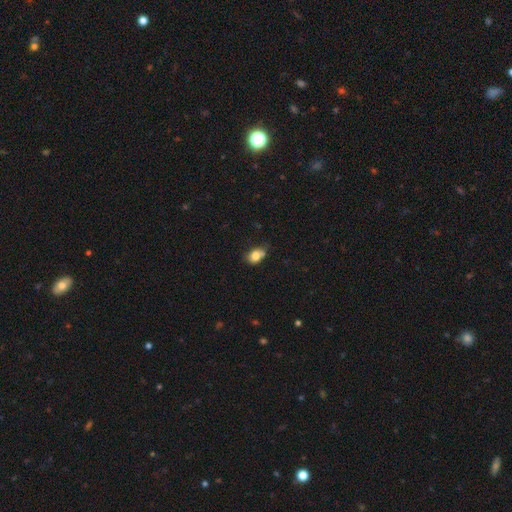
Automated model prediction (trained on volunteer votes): smooth_or_featured: smooth (p=0.79) [alt: featured or disk p=0.12]
how_rounded: in between (p=0.65) [alt: round p=0.34]
merging: none (p=0.51) [alt: minor disturbance p=0.27]